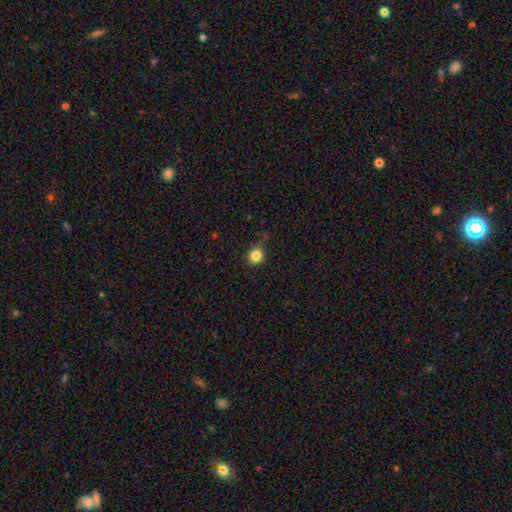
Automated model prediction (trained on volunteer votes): The model was most divided on "merging": none: 80%, minor disturbance: 15%, major disturbance: 3%, merger: 2%. More confident: how rounded — round (89%); smooth or featured — smooth (84%).